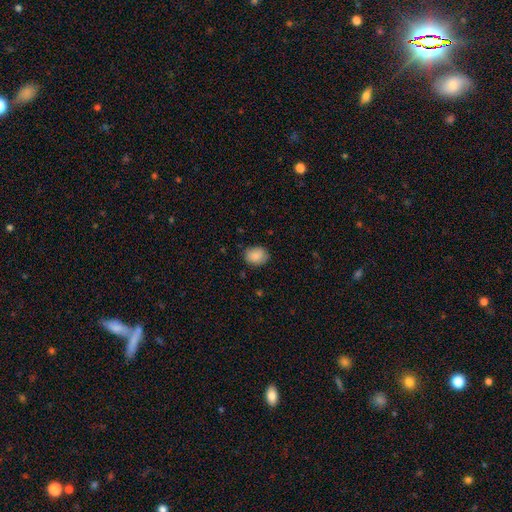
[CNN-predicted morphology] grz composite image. It shows a smooth galaxy with no disk features (86%) that is round (51%). Merging: none (79%).